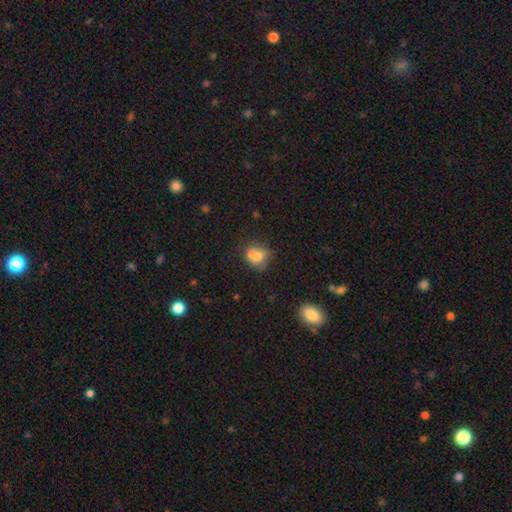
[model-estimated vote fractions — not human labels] This appears to be a smooth galaxy with no disk features (72%) that is round (55%). Merging: none (42%).